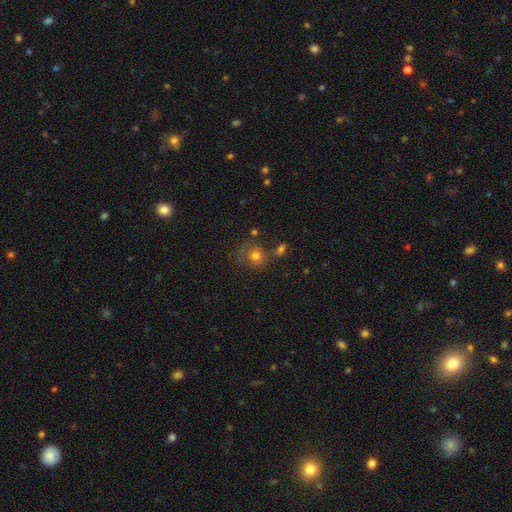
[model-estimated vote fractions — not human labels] Smooth or featured?
  - smooth: 74% *
  - star or artifact: 13%
  - featured or disk: 13%
How rounded?
  - round: 77% *
  - in between: 22%
  - cigar-shaped: 1%
Merging?
  - none: 57% *
  - minor disturbance: 19%
  - merger: 14%
  - major disturbance: 10%